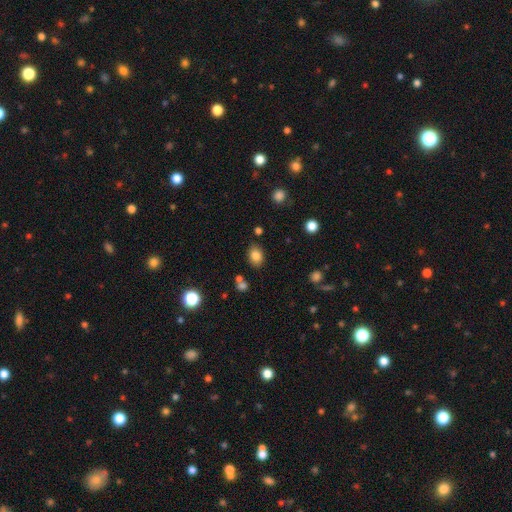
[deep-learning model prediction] The model was most divided on "how rounded": in between: 65%, round: 33%, cigar-shaped: 1%. More confident: smooth or featured — smooth (82%); merging — none (78%).